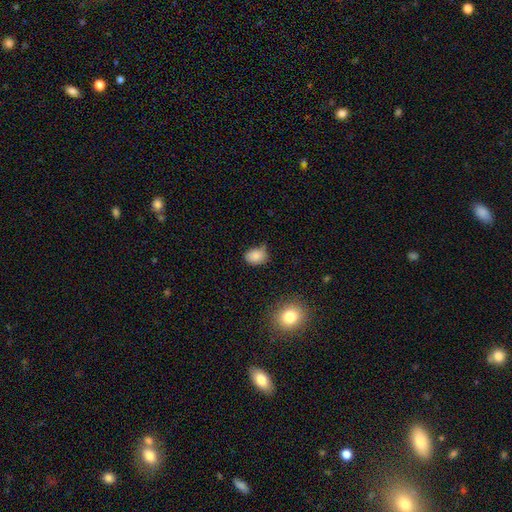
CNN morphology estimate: The model was most divided on "merging": none: 55%, minor disturbance: 35%, major disturbance: 7%, merger: 3%. More confident: smooth or featured — smooth (84%); how rounded — in between (62%).